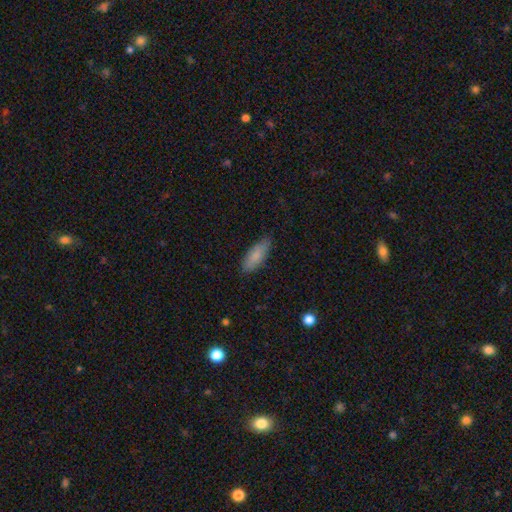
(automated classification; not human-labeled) Smooth or featured? Predicted: smooth (p=0.85). How rounded? Predicted: in between (p=0.68). Merging? Predicted: none (p=0.81).